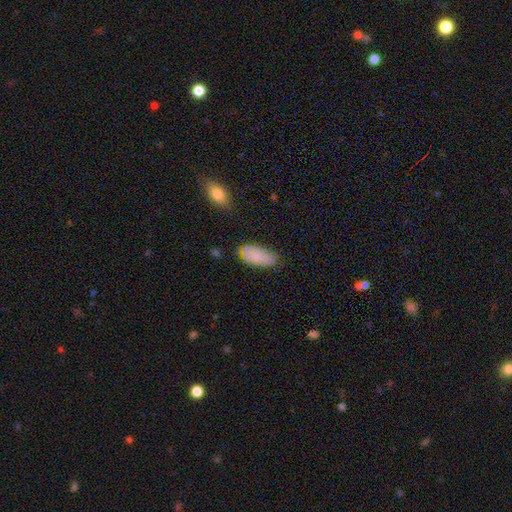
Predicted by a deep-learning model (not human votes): The model was most divided on "merging": none: 72%, minor disturbance: 22%, major disturbance: 4%, merger: 2%. More confident: how rounded — in between (93%); smooth or featured — smooth (80%).